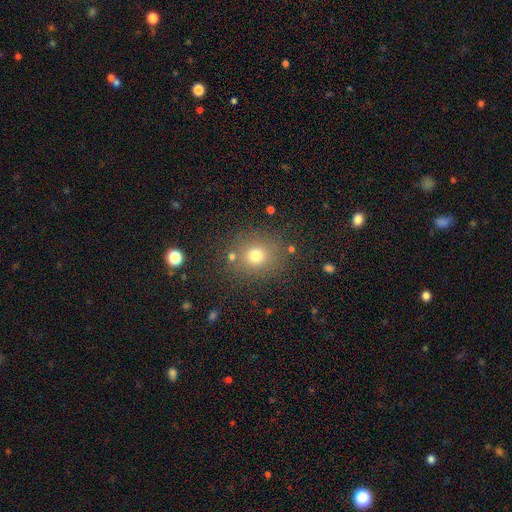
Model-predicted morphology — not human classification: Q: Smooth or featured?
A: smooth (72%); runner-up: star or artifact (18%)
Q: How rounded?
A: round (79%); runner-up: in between (20%)
Q: Merging?
A: none (80%); runner-up: minor disturbance (10%)